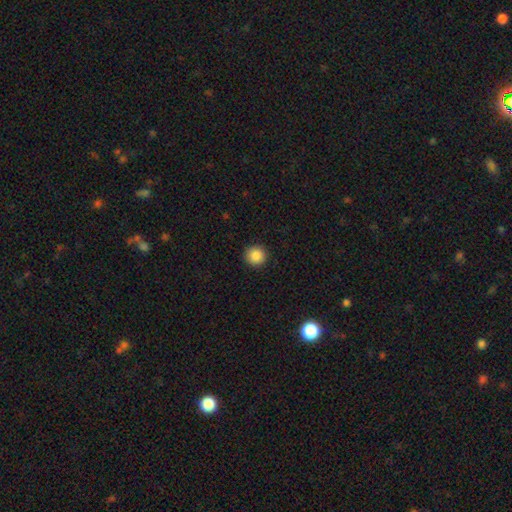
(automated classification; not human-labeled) Smooth or featured?
  - smooth: 87% *
  - star or artifact: 9%
  - featured or disk: 4%
How rounded?
  - round: 94% *
  - in between: 5%
  - cigar-shaped: 1%
Merging?
  - none: 92% *
  - minor disturbance: 5%
  - major disturbance: 2%
  - merger: 1%